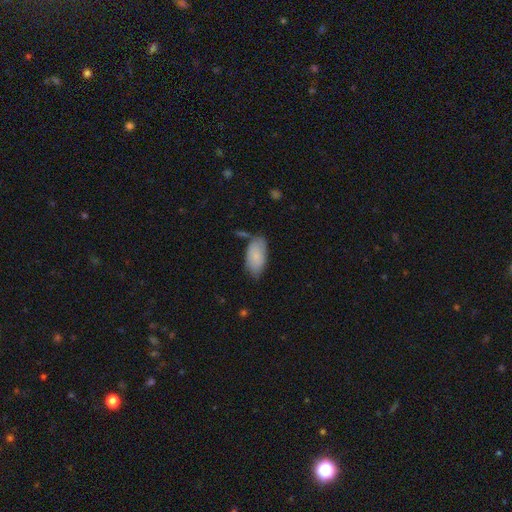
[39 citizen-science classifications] A smooth galaxy with no disk features (85%) that is in between round and cigar-shaped (97%). Merging: none (47%).